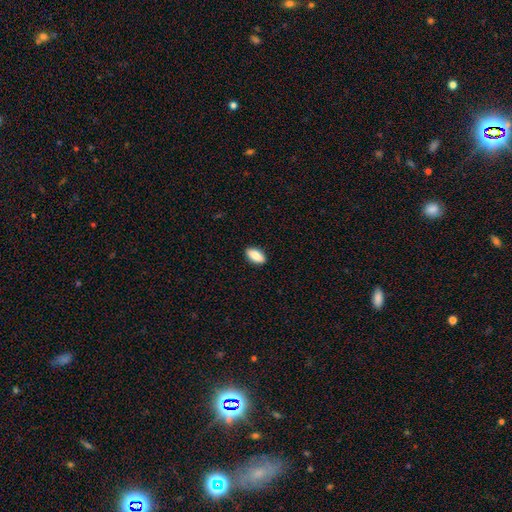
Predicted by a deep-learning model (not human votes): smooth 86%, featured or disk 8%, star or artifact 6%. Down the decision tree: how rounded — in between (89%); merging — none (90%).